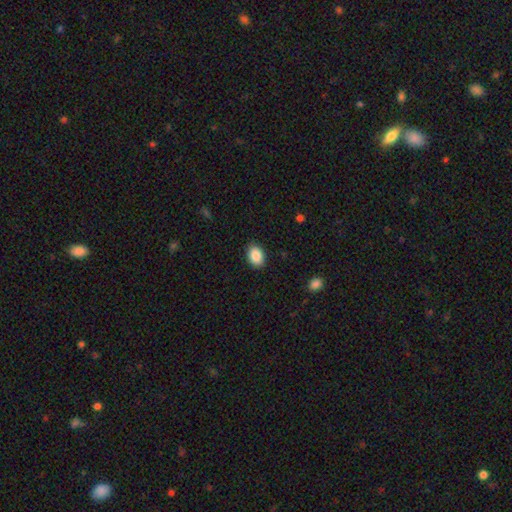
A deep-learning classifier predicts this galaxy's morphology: This is clearly a smooth galaxy (89%). How rounded: clearly in between (82%). Merging: clearly none (89%).